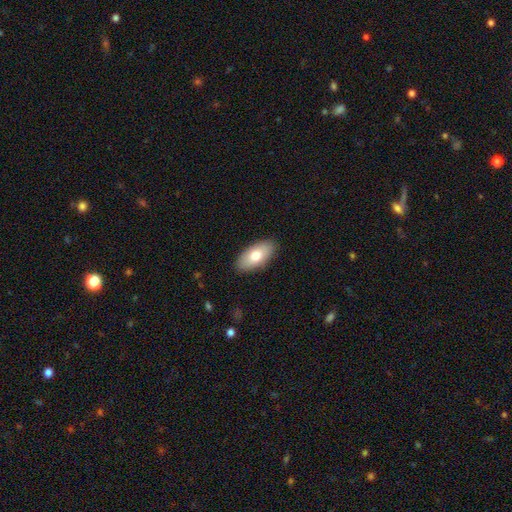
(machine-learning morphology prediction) Q: Smooth or featured?
A: smooth (77%); runner-up: featured or disk (17%)
Q: How rounded?
A: in between (93%); runner-up: cigar-shaped (5%)
Q: Merging?
A: none (88%); runner-up: minor disturbance (9%)